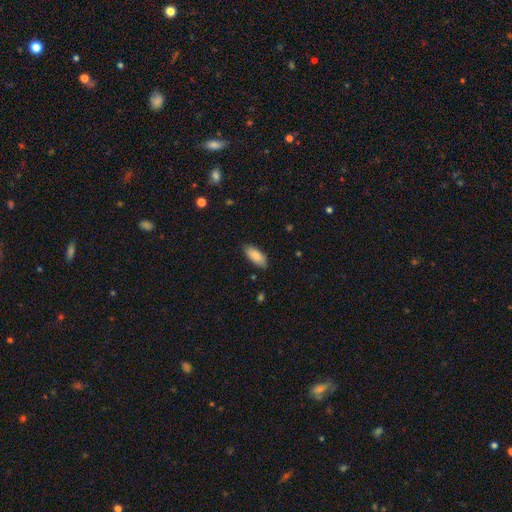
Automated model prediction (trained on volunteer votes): Smooth or featured?
  - smooth: 86% *
  - featured or disk: 8%
  - star or artifact: 6%
How rounded?
  - in between: 85% *
  - cigar-shaped: 13%
  - round: 2%
Merging?
  - none: 85% *
  - minor disturbance: 12%
  - major disturbance: 2%
  - merger: 1%